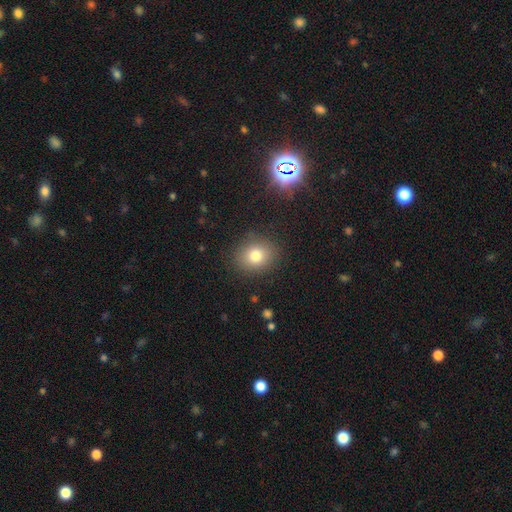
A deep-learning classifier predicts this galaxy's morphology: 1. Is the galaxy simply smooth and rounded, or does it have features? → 78% smooth, 13% star or artifact, 9% featured or disk.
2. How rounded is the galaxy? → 63% round, 36% in between, 1% cigar-shaped.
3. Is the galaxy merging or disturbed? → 87% none, 9% minor disturbance, 3% major disturbance, 1% merger.